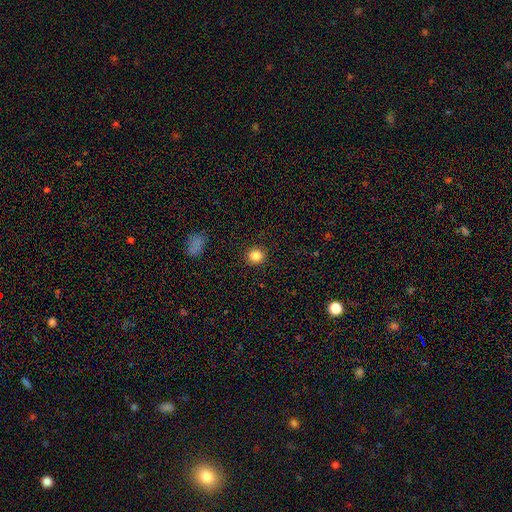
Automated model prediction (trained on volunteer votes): The model was most divided on "how rounded": round: 81%, in between: 18%, cigar-shaped: 1%. More confident: merging — none (90%); smooth or featured — smooth (84%).